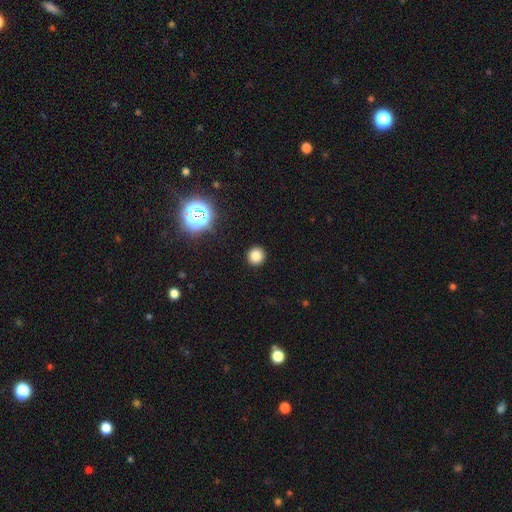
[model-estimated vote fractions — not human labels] smooth-or-featured: smooth: 80% | star or artifact: 15% | featured or disk: 5%
  how-rounded: round: 93% | in between: 6% | cigar-shaped: 1%
  merging: none: 92% | minor disturbance: 5% | major disturbance: 2% | merger: 1%